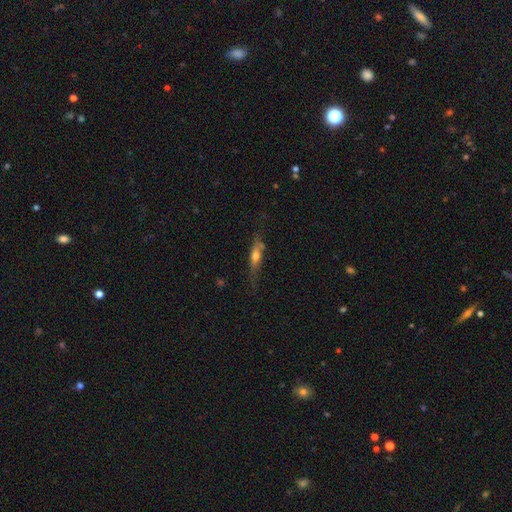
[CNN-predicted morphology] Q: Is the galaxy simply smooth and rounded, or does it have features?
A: smooth — 51%.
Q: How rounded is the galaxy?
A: cigar-shaped — 58%.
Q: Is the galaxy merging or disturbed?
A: none — 59%.